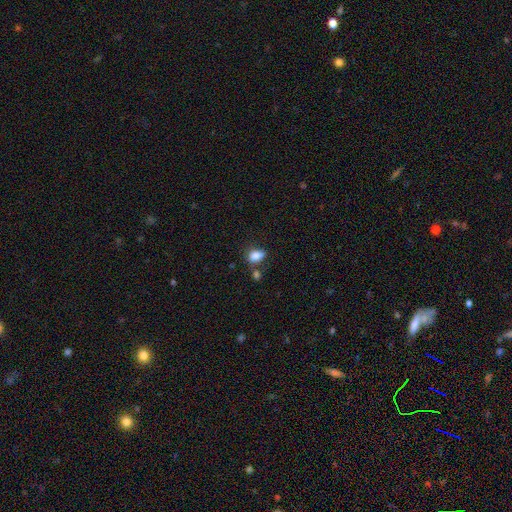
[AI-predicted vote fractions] A smooth galaxy with no disk features (83%) that is in between round and cigar-shaped (72%). Merging: none (52%).